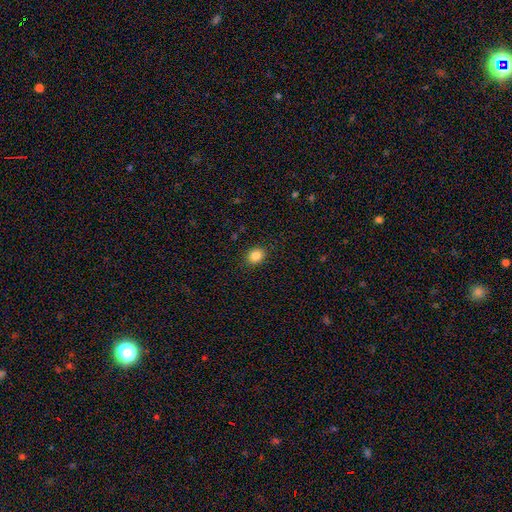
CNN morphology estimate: The model was most divided on "how rounded": round: 59%, in between: 40%, cigar-shaped: 1%. More confident: merging — none (89%); smooth or featured — smooth (85%).